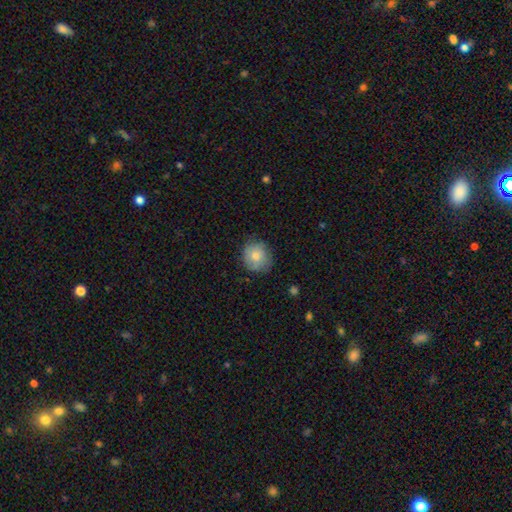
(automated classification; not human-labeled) smooth 78%, featured or disk 15%, star or artifact 7%. Down the decision tree: how rounded — round (83%); merging — none (77%).